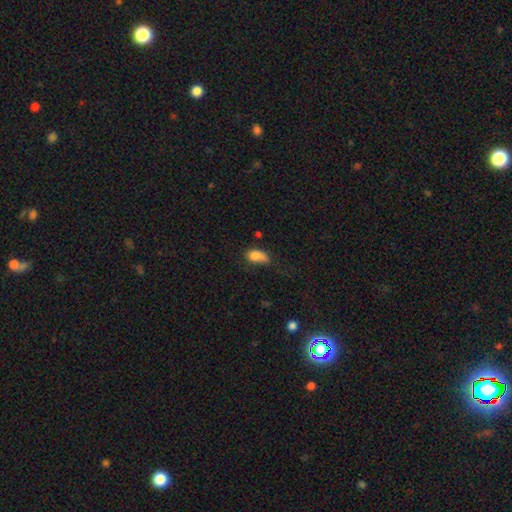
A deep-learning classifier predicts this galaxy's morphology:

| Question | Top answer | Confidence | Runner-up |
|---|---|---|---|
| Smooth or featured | smooth | 80% | featured or disk (11%) |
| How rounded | in between | 84% | round (13%) |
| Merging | minor disturbance | 37% | none (34%) |